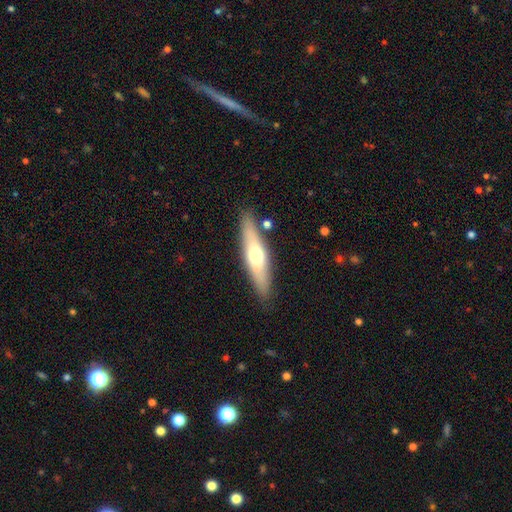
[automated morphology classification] Overall: smooth (49%; featured or disk 45%). Merging: none (84%).